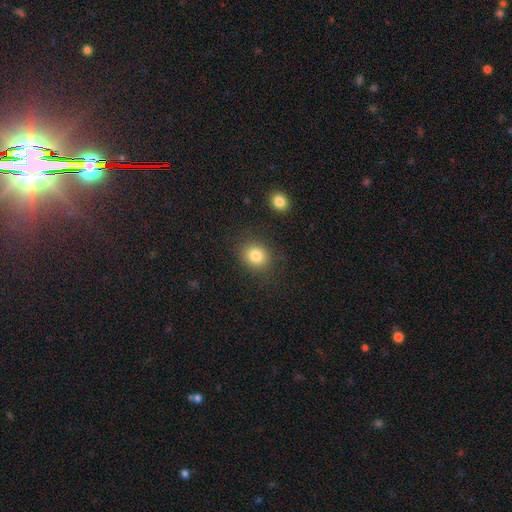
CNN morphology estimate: smooth_or_featured: smooth (p=0.82) [alt: star or artifact p=0.11]
how_rounded: round (p=0.75) [alt: in between p=0.24]
merging: none (p=0.84) [alt: minor disturbance p=0.10]